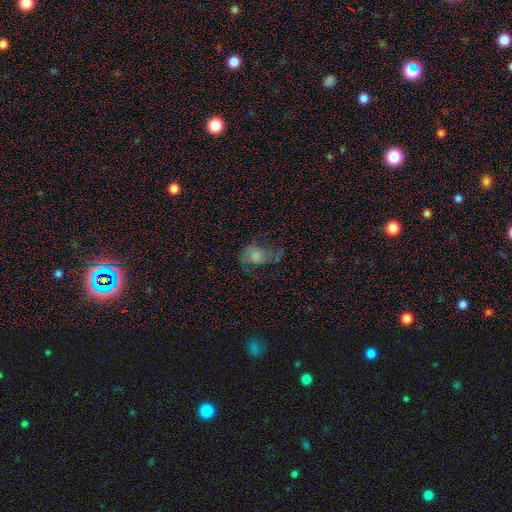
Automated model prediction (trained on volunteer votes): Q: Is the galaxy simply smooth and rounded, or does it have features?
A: featured or disk — 45%.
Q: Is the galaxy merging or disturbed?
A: major disturbance — 37%.